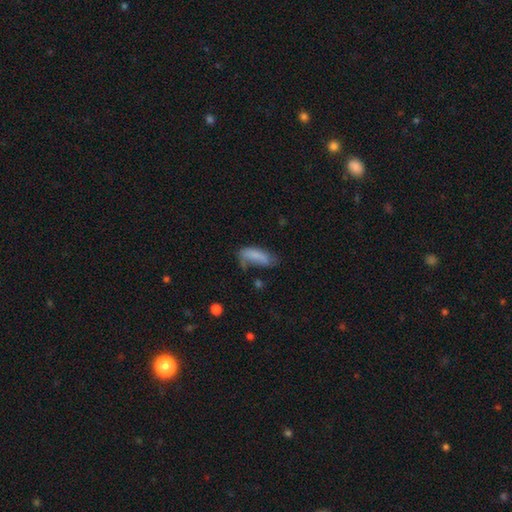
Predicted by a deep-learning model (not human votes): This appears to be a smooth galaxy with no disk features (75%) that is in between round and cigar-shaped (70%). Merging: none (38%).